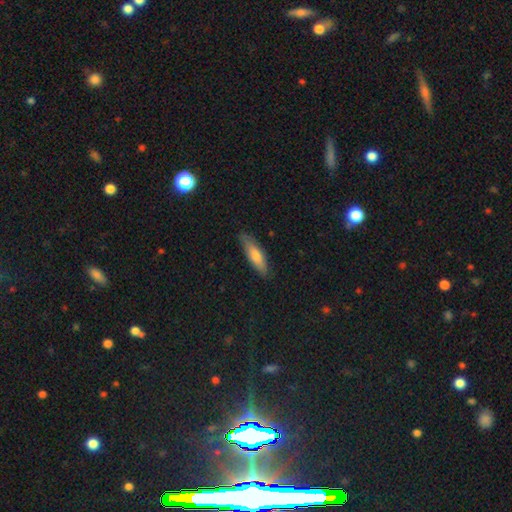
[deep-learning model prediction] Overall: smooth (66%; featured or disk 26%). How rounded: cigar-shaped (65%; in between 33%). Merging: none (84%).